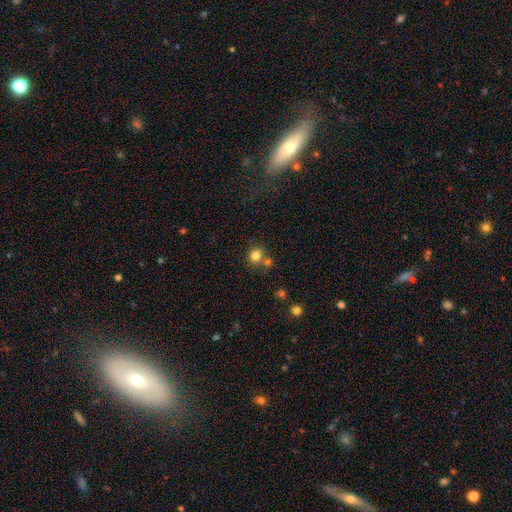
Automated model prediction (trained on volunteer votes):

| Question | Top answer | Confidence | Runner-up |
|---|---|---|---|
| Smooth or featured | smooth | 81% | star or artifact (12%) |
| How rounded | round | 82% | in between (17%) |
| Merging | none | 65% | merger (23%) |